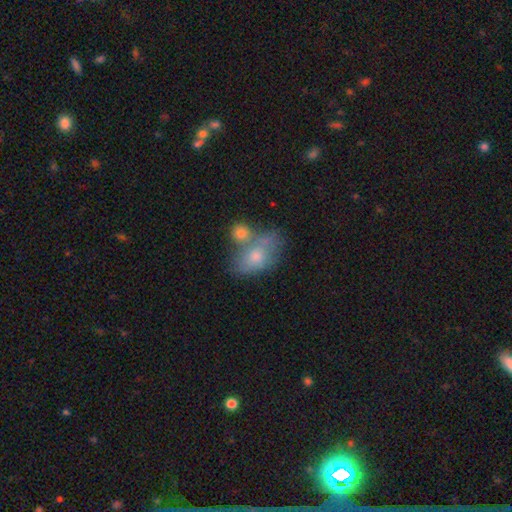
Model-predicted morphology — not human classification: smooth 64%, featured or disk 26%, star or artifact 10%. Down the decision tree: how rounded — in between (78%); merging — merger (42%).